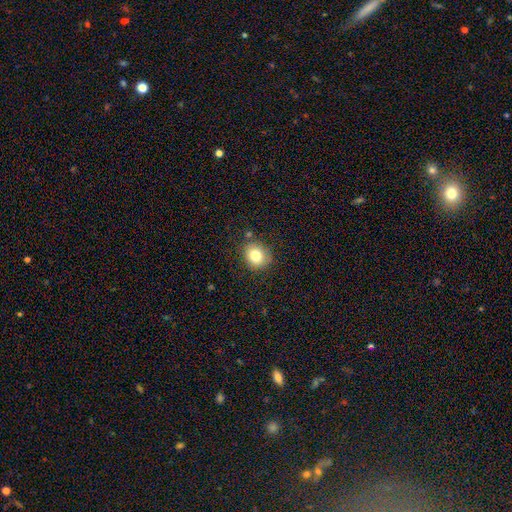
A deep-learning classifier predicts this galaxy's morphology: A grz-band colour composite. It shows a smooth galaxy with no disk features (79%) that is round (76%). Merging: none (82%).